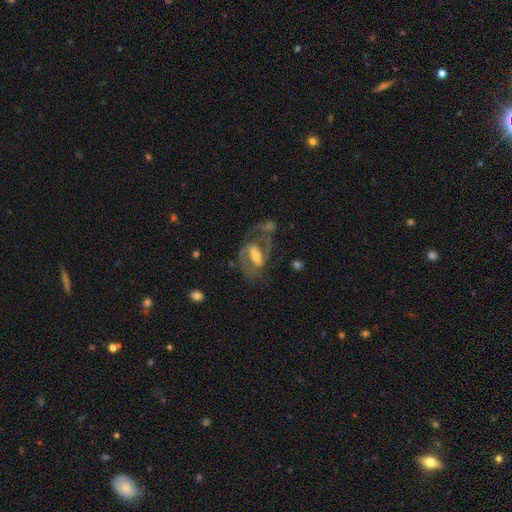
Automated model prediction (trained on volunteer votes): smooth_or_featured: featured or disk (p=0.81) [alt: smooth p=0.13]
disk_edge_on: no (p=0.95) [alt: yes p=0.05]
bar: strong (p=0.51) [alt: weak p=0.36]
has_spiral_arms: yes (p=0.89) [alt: no p=0.11]
spiral_winding: medium (p=0.55) [alt: tight p=0.23]
spiral_arm_count: 2 (p=0.87) [alt: can't tell p=0.06]
bulge_size: moderate (p=0.48) [alt: small p=0.33]
merging: none (p=0.54) [alt: major disturbance p=0.20]